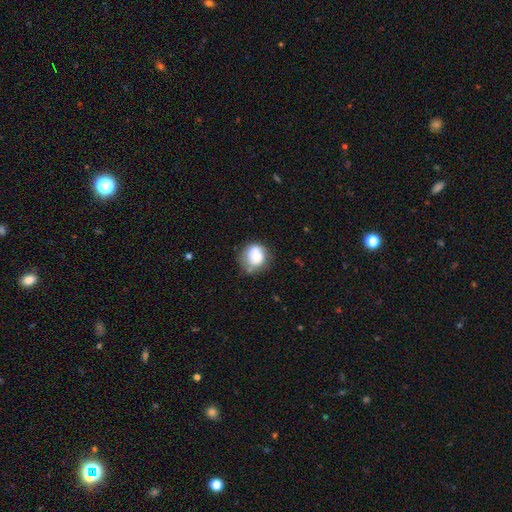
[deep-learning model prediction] Overall: smooth (69%). How rounded: round (79%). Merging: none (48%; minor disturbance 25%).